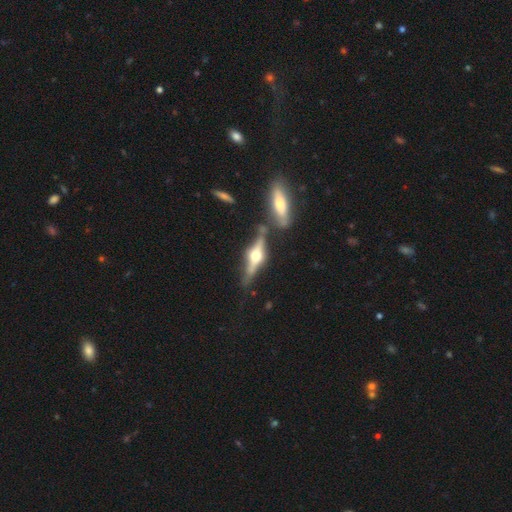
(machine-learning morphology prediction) A featured or disk galaxy (78%) viewed edge-on (96%) with a rounded central bulge (94%). Merging: none (69%).